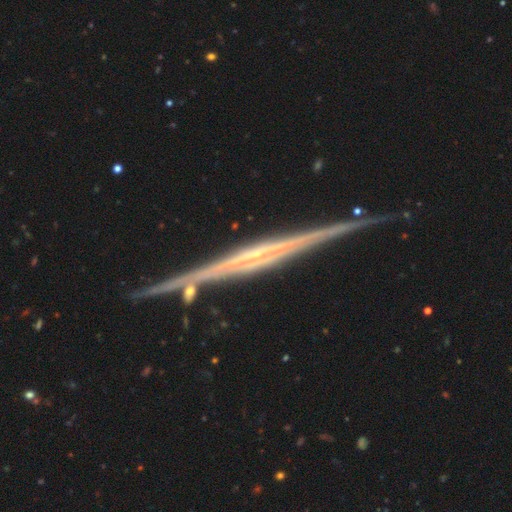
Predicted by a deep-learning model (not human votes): This appears to be a featured or disk galaxy (84%) viewed edge-on (98%) with no central bulge (50%). Merging: none (85%).